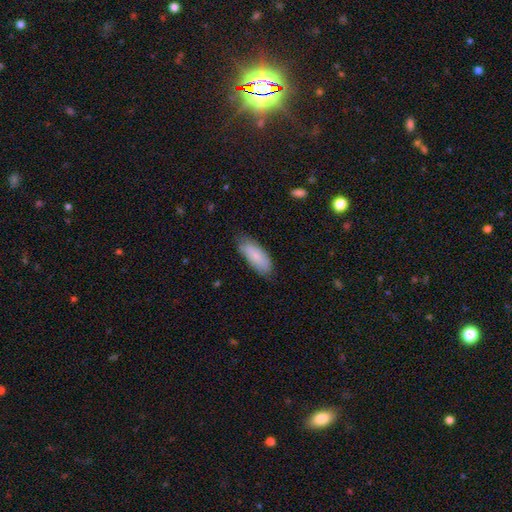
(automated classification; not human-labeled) Smooth or featured? Predicted: smooth (p=0.79). How rounded? Predicted: in between (p=0.78). Merging? Predicted: none (p=0.72).